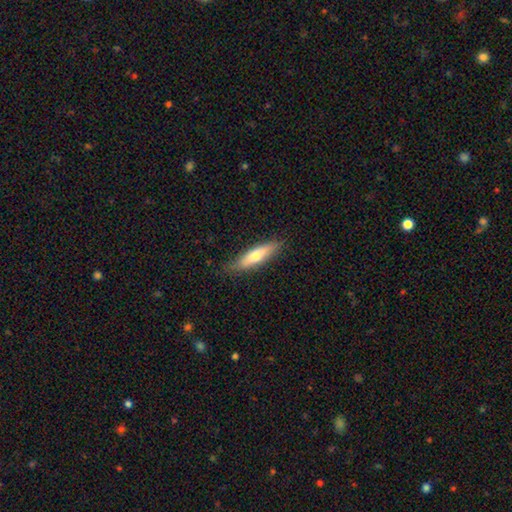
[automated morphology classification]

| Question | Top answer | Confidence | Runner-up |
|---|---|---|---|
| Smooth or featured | smooth | 65% | featured or disk (29%) |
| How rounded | cigar-shaped | 72% | in between (26%) |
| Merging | none | 83% | minor disturbance (13%) |